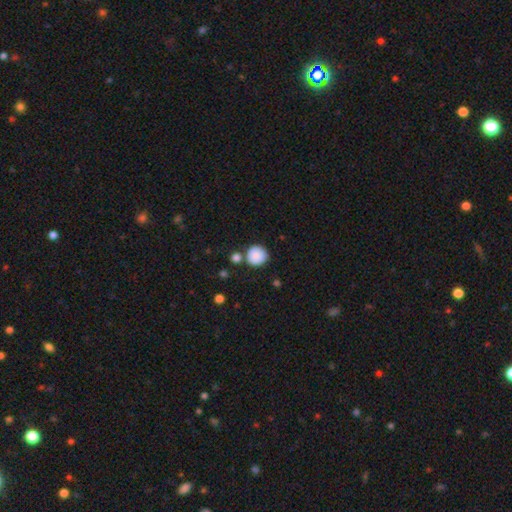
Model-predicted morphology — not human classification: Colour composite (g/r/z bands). It shows a smooth galaxy with no disk features (86%) that is round (92%). Merging: none (75%).